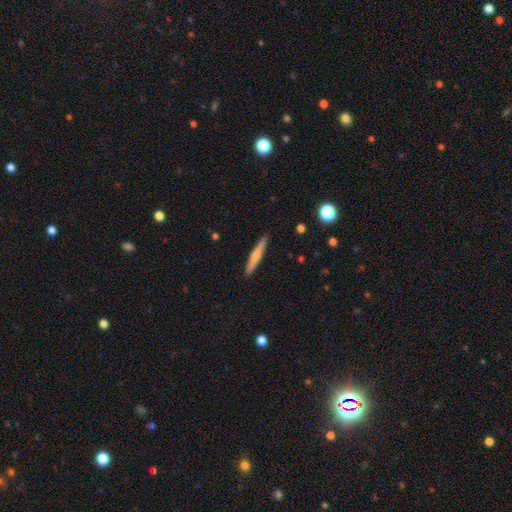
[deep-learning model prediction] The model was most divided on "smooth or featured": smooth: 58%, featured or disk: 36%, star or artifact: 5%. More confident: how rounded — cigar-shaped (95%); merging — none (91%).